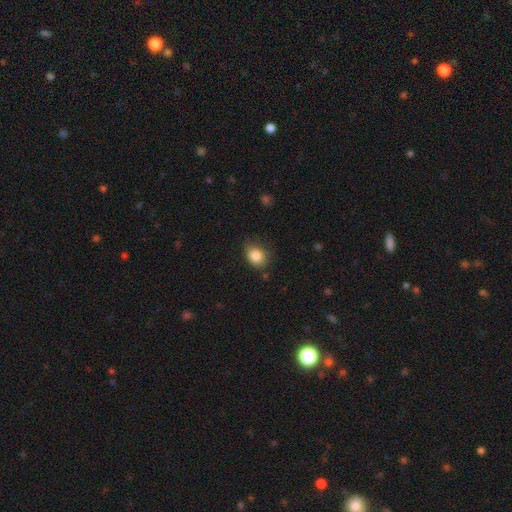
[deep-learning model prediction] Overall: smooth (85%). How rounded: round (51%; in between 48%). Merging: none (68%).